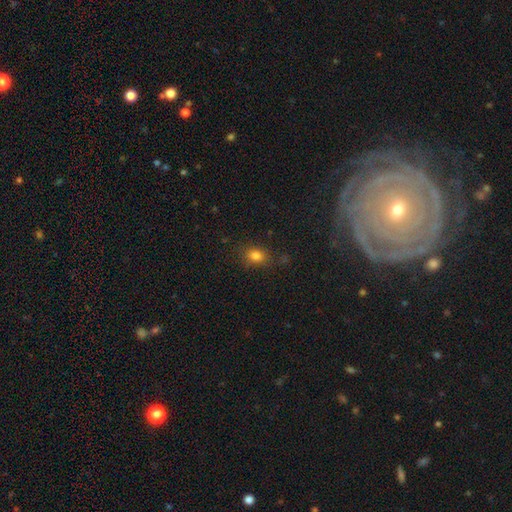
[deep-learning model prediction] Morphology: type=smooth (80%); roundness=in between (60%); merging=none (77%).